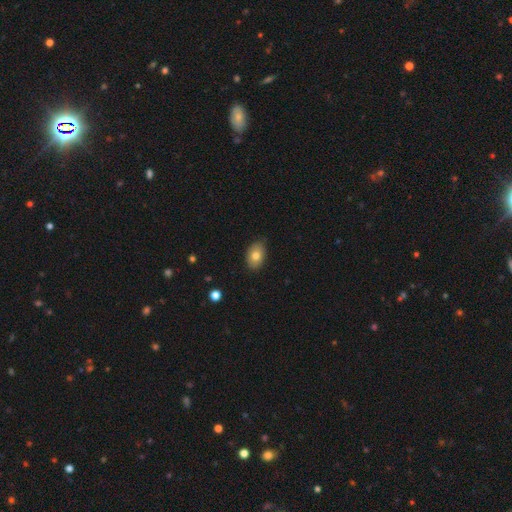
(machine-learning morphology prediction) type=smooth (79%); roundness=in between (84%); merging=none (81%).